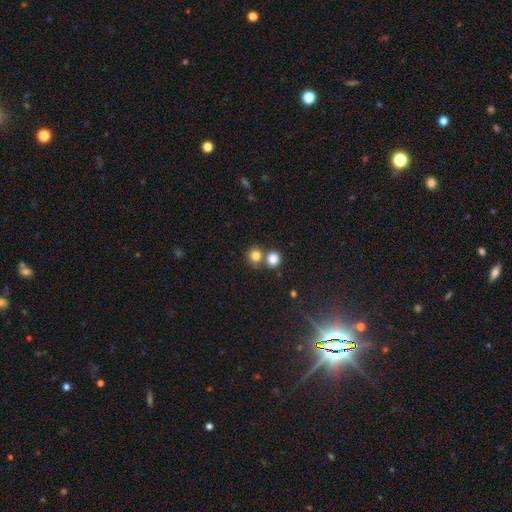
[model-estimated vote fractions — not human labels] The model was most divided on "merging": none: 55%, merger: 35%, minor disturbance: 7%, major disturbance: 3%. More confident: how rounded — round (87%); smooth or featured — smooth (81%).